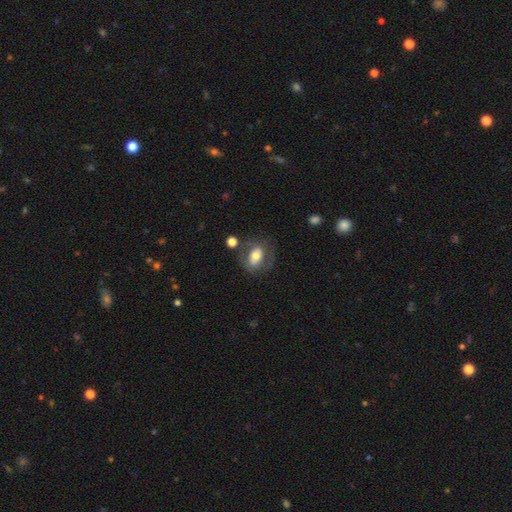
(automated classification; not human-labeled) This appears to be a smooth galaxy with no disk features (56%) that is in between round and cigar-shaped (73%). Merging: none (58%).